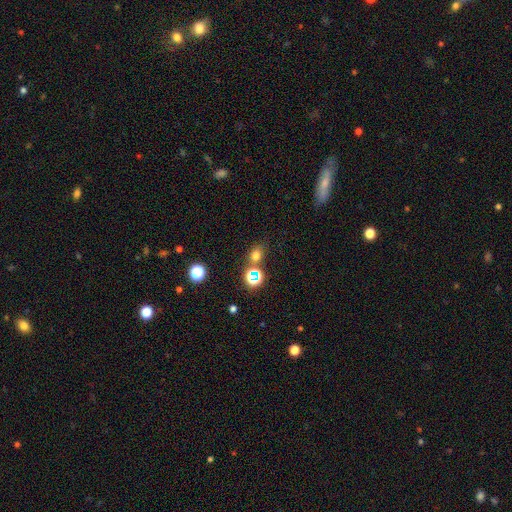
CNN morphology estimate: smooth-or-featured: smooth: 66% | star or artifact: 27% | featured or disk: 7%
  how-rounded: round: 62% | in between: 37% | cigar-shaped: 1%
  merging: none: 69% | merger: 15% | minor disturbance: 11% | major disturbance: 4%